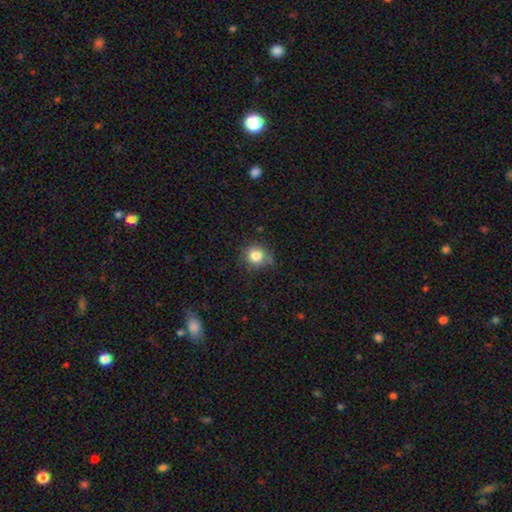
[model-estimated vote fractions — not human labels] smooth_or_featured: smooth (p=0.82) [alt: star or artifact p=0.11]
how_rounded: round (p=0.89) [alt: in between p=0.10]
merging: none (p=0.74) [alt: minor disturbance p=0.19]